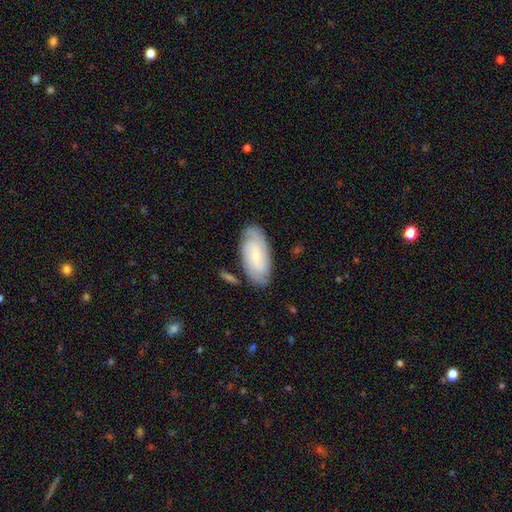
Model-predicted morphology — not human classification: This is likely a featured or disk galaxy (65%). It is clearly not viewed edge-on (93%). Bar: possibly no (57%). Spiral arm pattern: clearly yes (90%). Spiral arm count: marginally can't tell (35%). Spiral winding: possibly tight (60%). Central bulge: likely small (76%). Merging: likely none (79%).